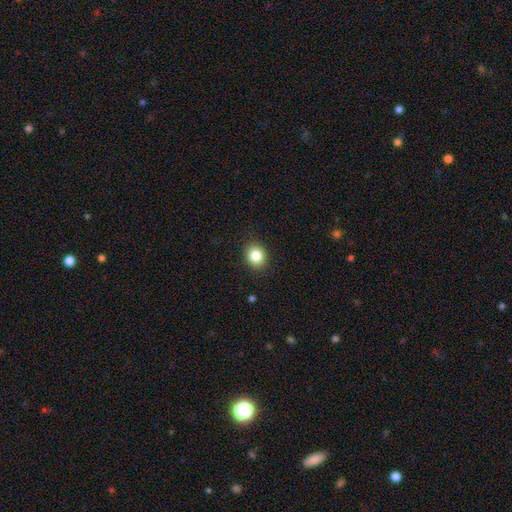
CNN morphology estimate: Smooth or featured? smooth (84%)
How rounded? round (70%)
Merging? none (89%)